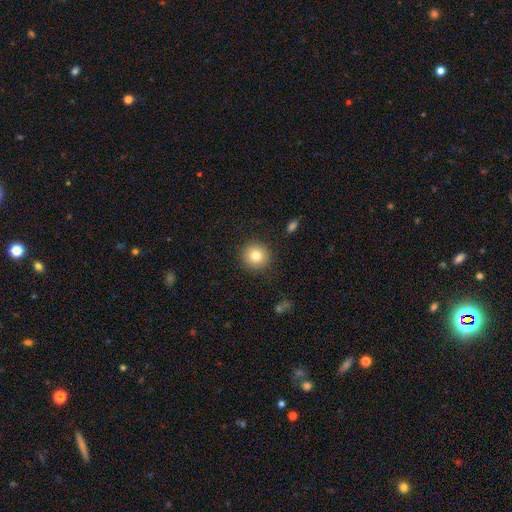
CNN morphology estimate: smooth 81%, star or artifact 10%, featured or disk 9%. Down the decision tree: how rounded — round (94%); merging — none (90%).